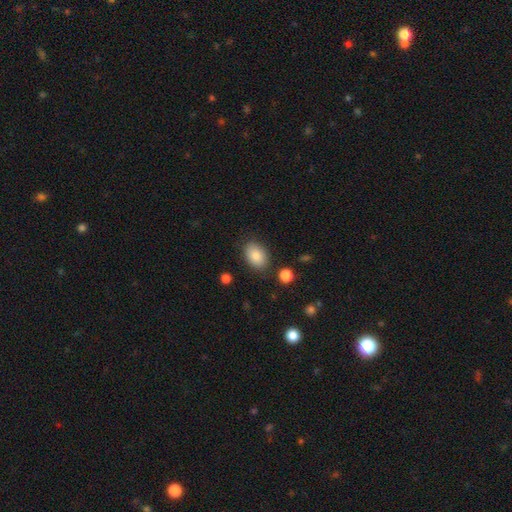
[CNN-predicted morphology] smooth_or_featured: smooth (p=0.85) [alt: star or artifact p=0.07]
how_rounded: in between (p=0.84) [alt: round p=0.15]
merging: none (p=0.83) [alt: minor disturbance p=0.12]